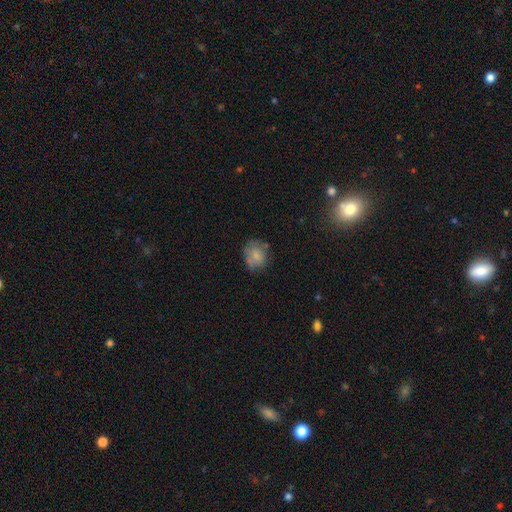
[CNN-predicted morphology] This appears to be a smooth galaxy with no disk features (73%) that is round (65%). Merging: none (59%).